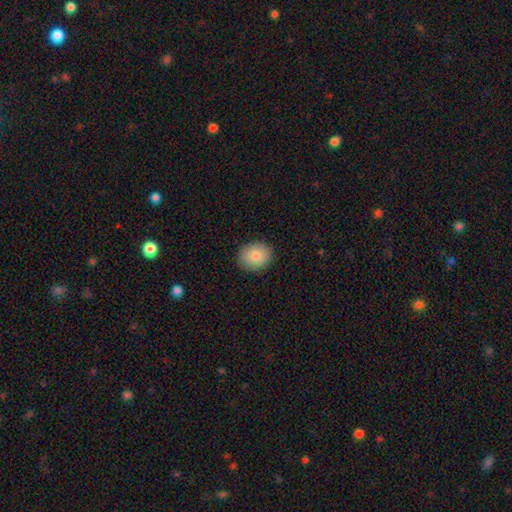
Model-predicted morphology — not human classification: A smooth galaxy with no disk features (84%) that is round (55%).

Vote fractions:
- Smooth or featured? smooth: 84% / featured or disk: 8% / star or artifact: 8%
- How rounded? round: 55% / in between: 44% / cigar-shaped: 1%
- Merging? none: 89% / minor disturbance: 8% / major disturbance: 2% / merger: 1%